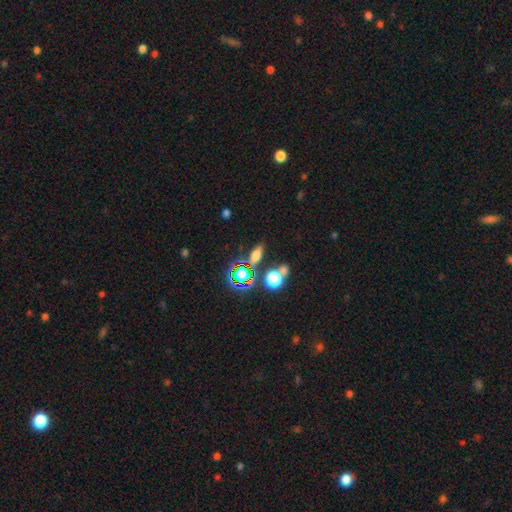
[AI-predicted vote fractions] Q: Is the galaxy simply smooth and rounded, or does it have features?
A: smooth — 58%.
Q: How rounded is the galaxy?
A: in between — 64%.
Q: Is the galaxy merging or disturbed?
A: none — 75%.